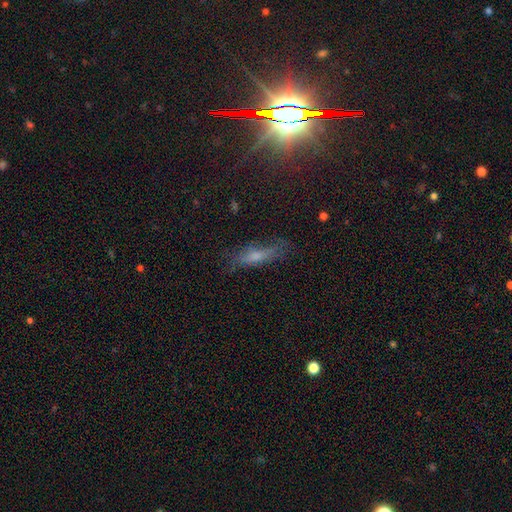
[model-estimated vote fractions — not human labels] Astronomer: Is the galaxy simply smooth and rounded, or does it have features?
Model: smooth — 41% (runner-up: featured or disk, 38%).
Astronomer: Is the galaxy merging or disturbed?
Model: none — 70%.